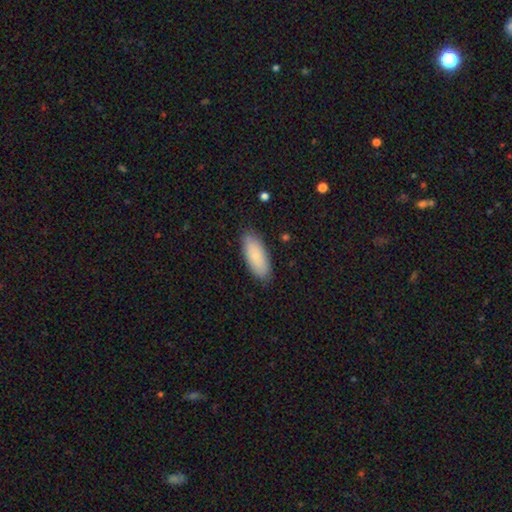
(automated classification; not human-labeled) This appears to be a smooth galaxy with no disk features (82%) that is in between round and cigar-shaped (81%). Merging: none (87%).